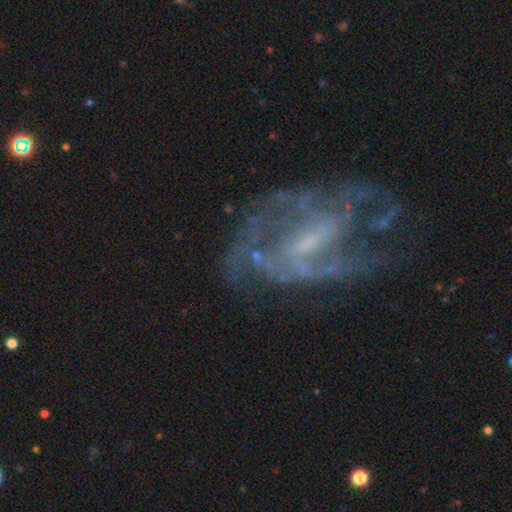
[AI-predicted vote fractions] A featured or disk galaxy (78%) with a weak bar (42%), 2 (55%) medium (44%) spiral arms (78%) and a small central bulge (44%). Merging: none (54%).